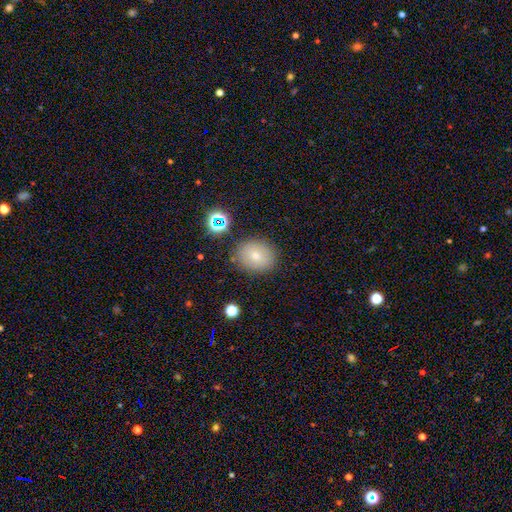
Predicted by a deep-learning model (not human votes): smooth_or_featured: smooth (p=0.73) [alt: featured or disk p=0.14]
how_rounded: round (p=0.66) [alt: in between p=0.33]
merging: none (p=0.82) [alt: minor disturbance p=0.11]